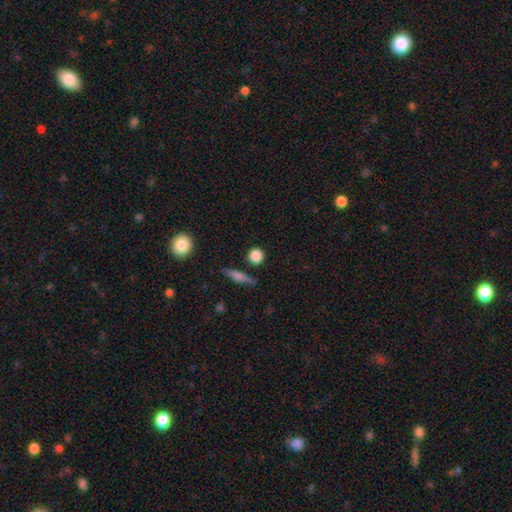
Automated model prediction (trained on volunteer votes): Smooth or featured? smooth (84%)
How rounded? round (88%)
Merging? none (83%)